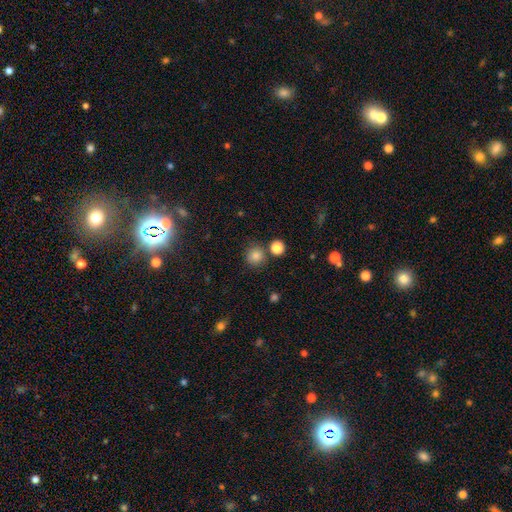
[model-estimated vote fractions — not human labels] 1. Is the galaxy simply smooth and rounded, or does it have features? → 83% smooth, 12% star or artifact, 5% featured or disk.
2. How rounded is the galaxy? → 91% round, 8% in between, 1% cigar-shaped.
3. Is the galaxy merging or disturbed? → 78% none, 10% minor disturbance, 9% merger, 3% major disturbance.